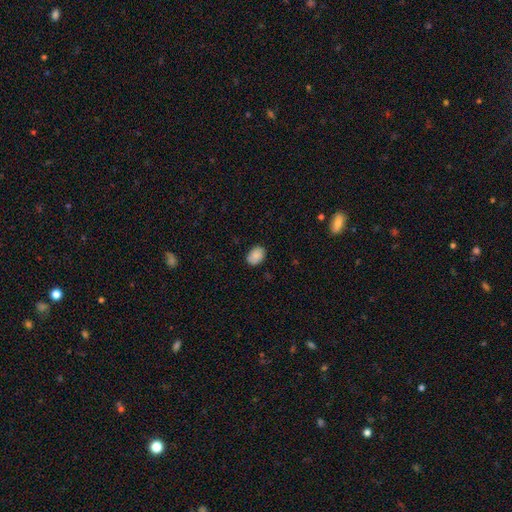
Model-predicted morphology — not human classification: smooth_or_featured: smooth (p=0.88) [alt: star or artifact p=0.07]
how_rounded: in between (p=0.74) [alt: round p=0.26]
merging: none (p=0.87) [alt: minor disturbance p=0.10]